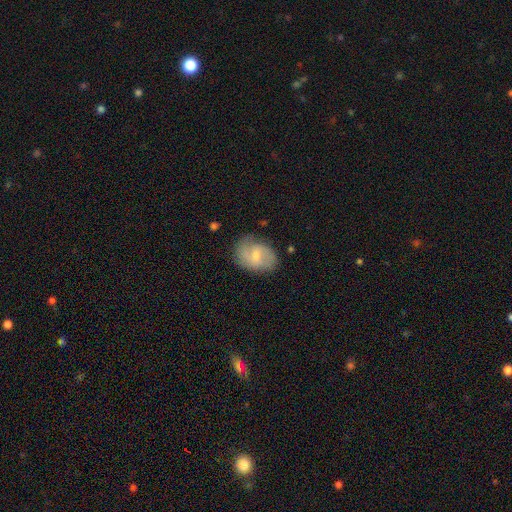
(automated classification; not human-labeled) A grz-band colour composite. It shows a featured or disk galaxy (56%) with a weak bar (52%), spiral arms (83%) and a small central bulge (54%). Merging: none (70%).